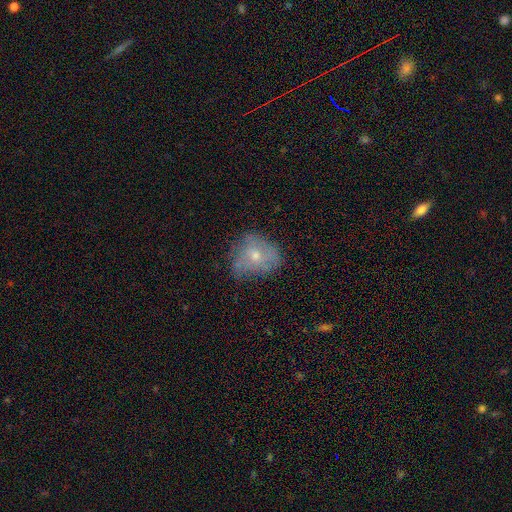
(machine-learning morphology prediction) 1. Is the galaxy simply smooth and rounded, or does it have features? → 47% smooth, 43% featured or disk, 10% star or artifact.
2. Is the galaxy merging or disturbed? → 56% none, 29% minor disturbance, 14% major disturbance, 2% merger.